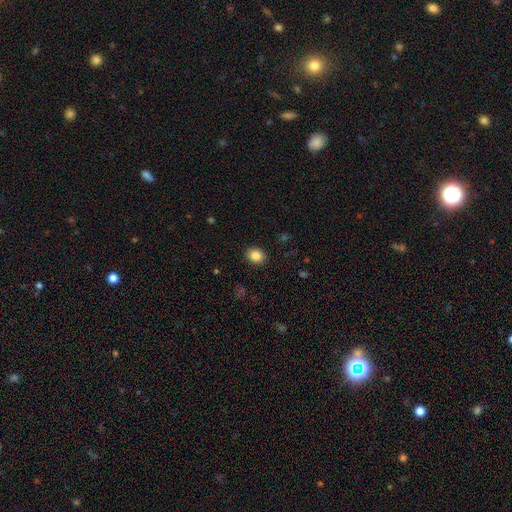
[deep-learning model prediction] This appears to be a smooth galaxy with no disk features (85%) that is round (54%). Merging: none (90%).